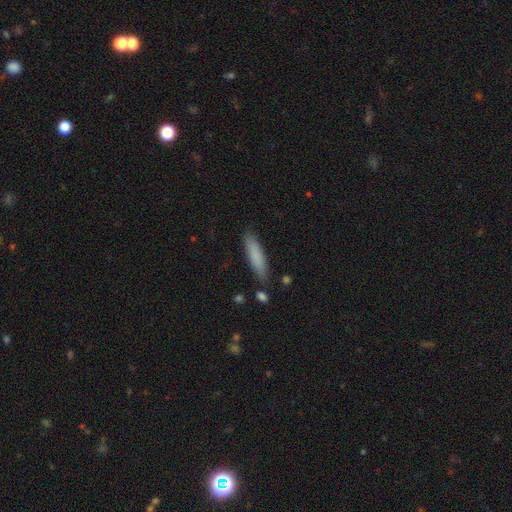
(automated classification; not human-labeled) smooth_or_featured: smooth (p=0.82) [alt: featured or disk p=0.12]
how_rounded: cigar-shaped (p=0.79) [alt: in between p=0.20]
merging: none (p=0.85) [alt: minor disturbance p=0.11]